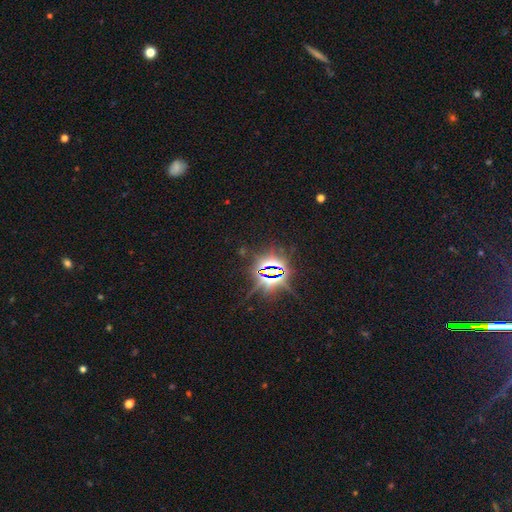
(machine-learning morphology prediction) A star or artifact, not a galaxy (83%).